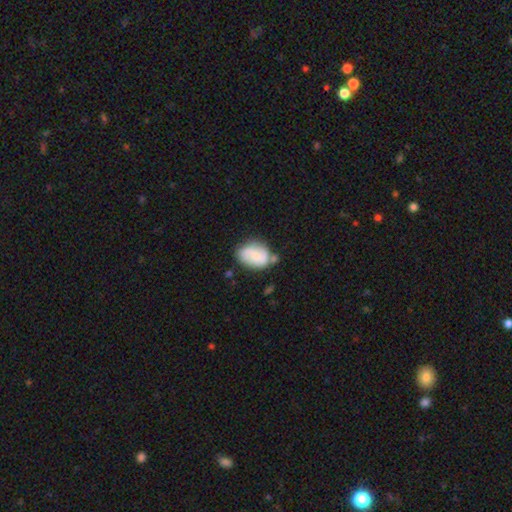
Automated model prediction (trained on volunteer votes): smooth_or_featured: smooth (p=0.48) [alt: featured or disk p=0.45]
merging: none (p=0.53) [alt: minor disturbance p=0.25]